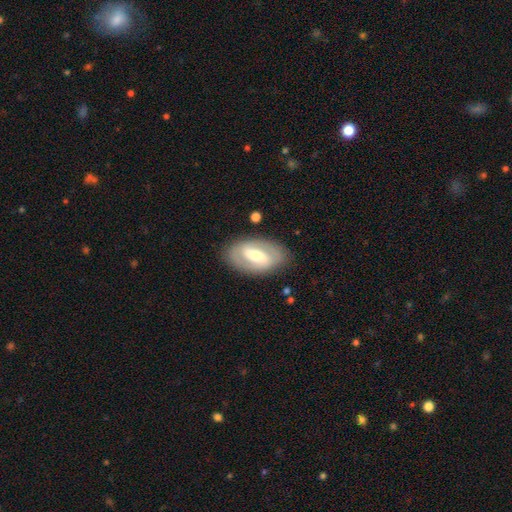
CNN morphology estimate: The model was most divided on "bar": strong: 48%, weak: 38%, no: 15%. More confident: edge-on disk — no (92%); merging — none (84%); smooth or featured — featured or disk (68%); spiral arms — yes (63%); bulge size — moderate (60%).